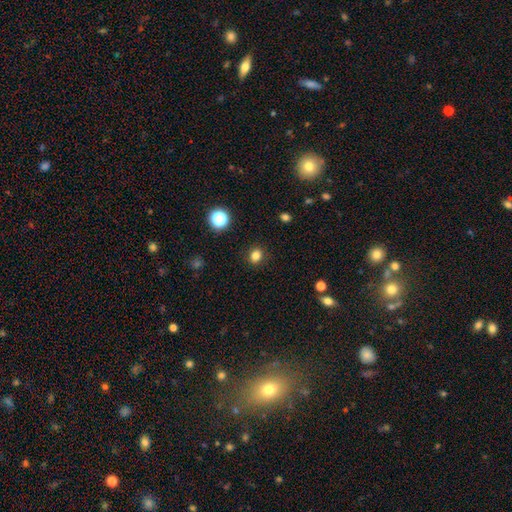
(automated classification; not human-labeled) The model was most divided on "how rounded": round: 63%, in between: 36%, cigar-shaped: 1%. More confident: merging — none (89%); smooth or featured — smooth (82%).